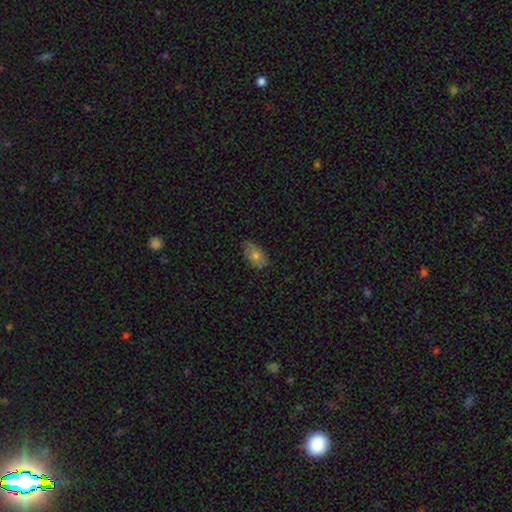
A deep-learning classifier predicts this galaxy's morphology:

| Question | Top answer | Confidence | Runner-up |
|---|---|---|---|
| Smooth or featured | smooth | 73% | featured or disk (17%) |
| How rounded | in between | 91% | round (6%) |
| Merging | none | 75% | minor disturbance (21%) |